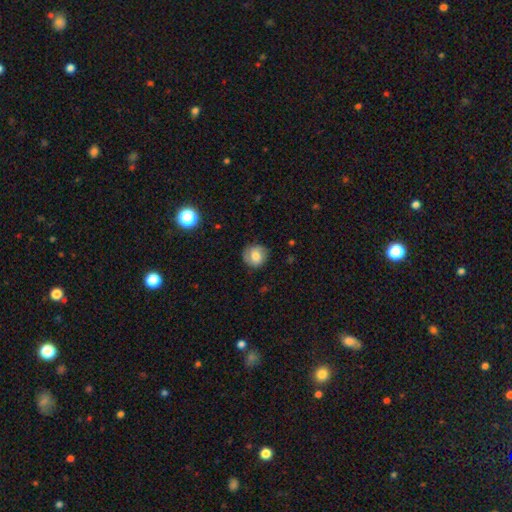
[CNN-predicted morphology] Overall: smooth (60%; featured or disk 30%). How rounded: round (88%). Merging: none (80%).